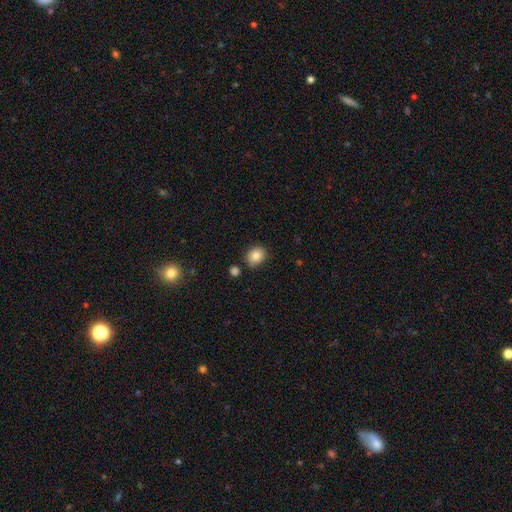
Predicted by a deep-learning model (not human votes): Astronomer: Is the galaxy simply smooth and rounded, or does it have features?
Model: smooth — 84%.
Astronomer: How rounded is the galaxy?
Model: round — 56% (runner-up: in between, 43%).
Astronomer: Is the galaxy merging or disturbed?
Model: none — 81%.